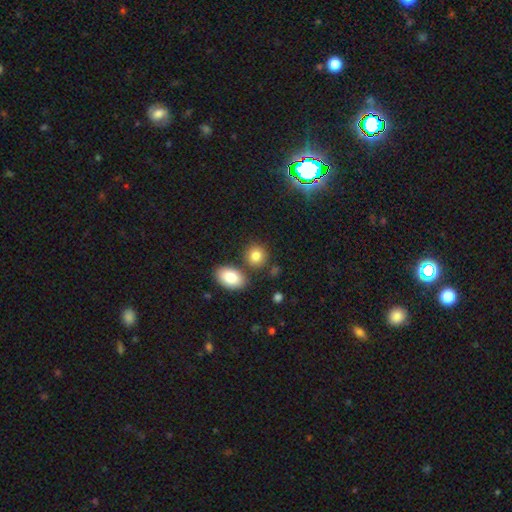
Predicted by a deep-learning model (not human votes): This appears to be a smooth galaxy with no disk features (83%) that is round (68%). Merging: none (75%).